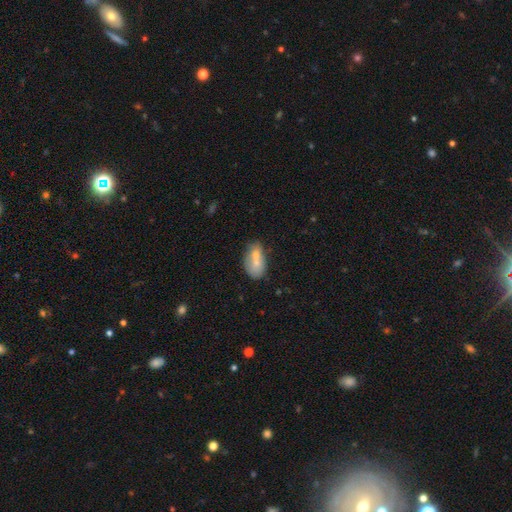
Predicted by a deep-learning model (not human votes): A smooth galaxy with no disk features (65%) that is in between round and cigar-shaped (83%).

Vote fractions:
- Smooth or featured? smooth: 65% / featured or disk: 26% / star or artifact: 9%
- How rounded? in between: 83% / round: 14% / cigar-shaped: 3%
- Merging? merger: 45% / none: 35% / minor disturbance: 14% / major disturbance: 6%